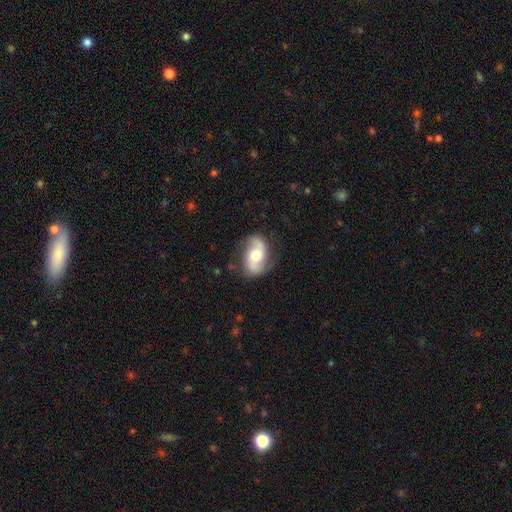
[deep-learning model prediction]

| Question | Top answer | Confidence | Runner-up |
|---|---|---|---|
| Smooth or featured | featured or disk | 76% | smooth (18%) |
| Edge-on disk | no | 97% | yes (3%) |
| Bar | no | 55% | weak (33%) |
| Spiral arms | yes | 93% | no (7%) |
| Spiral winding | loose | 47% | medium (39%) |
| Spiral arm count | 2 | 91% | can't tell (4%) |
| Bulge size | moderate | 65% | small (19%) |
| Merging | none | 77% | minor disturbance (16%) |